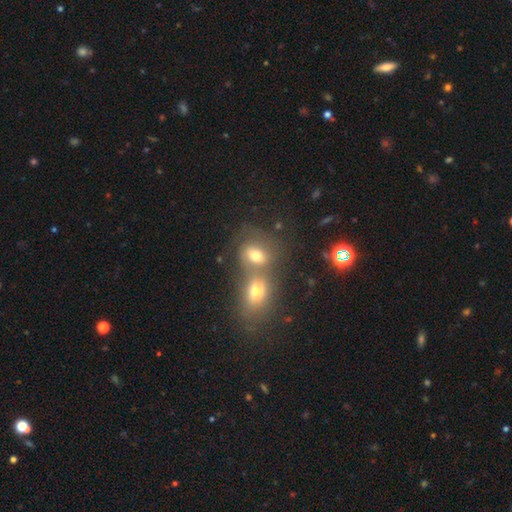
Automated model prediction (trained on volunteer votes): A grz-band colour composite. It shows a smooth galaxy with no disk features (64%) that is in between round and cigar-shaped (58%). Merging: merger (59%).